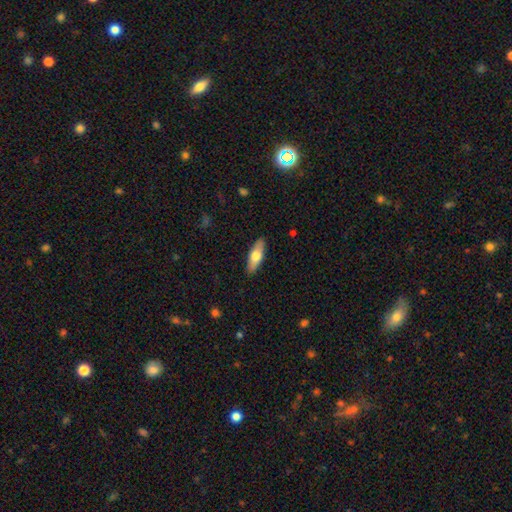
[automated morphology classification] smooth_or_featured: smooth (p=0.65) [alt: featured or disk p=0.30]
how_rounded: in between (p=0.60) [alt: cigar-shaped p=0.38]
merging: none (p=0.89) [alt: minor disturbance p=0.08]